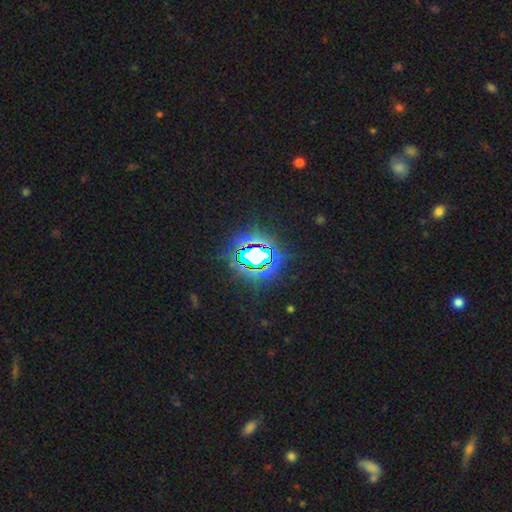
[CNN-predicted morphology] Q: Smooth or featured?
A: star or artifact (78%); runner-up: smooth (12%)